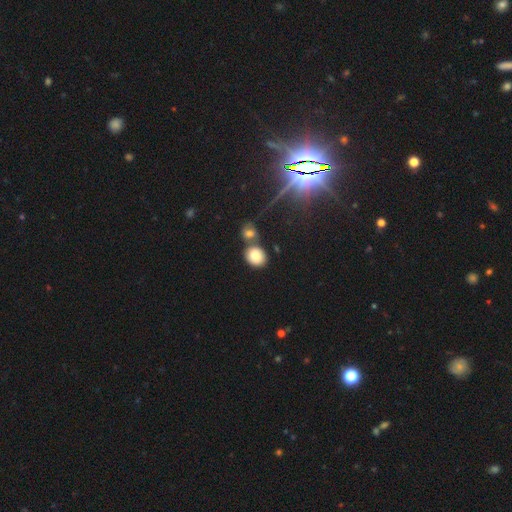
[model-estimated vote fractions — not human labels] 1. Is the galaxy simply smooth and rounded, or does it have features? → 78% smooth, 11% star or artifact, 10% featured or disk.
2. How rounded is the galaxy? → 60% round, 39% in between, 1% cigar-shaped.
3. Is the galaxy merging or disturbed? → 58% none, 28% merger, 11% minor disturbance, 4% major disturbance.